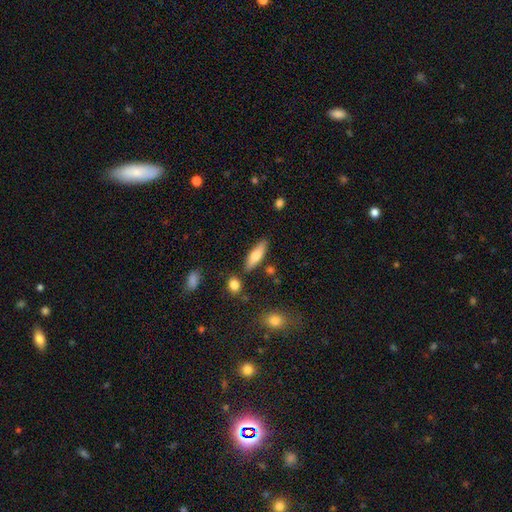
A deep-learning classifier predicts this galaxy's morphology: smooth 68%, featured or disk 25%, star or artifact 6%. Down the decision tree: how rounded — cigar-shaped (52%); merging — none (80%).